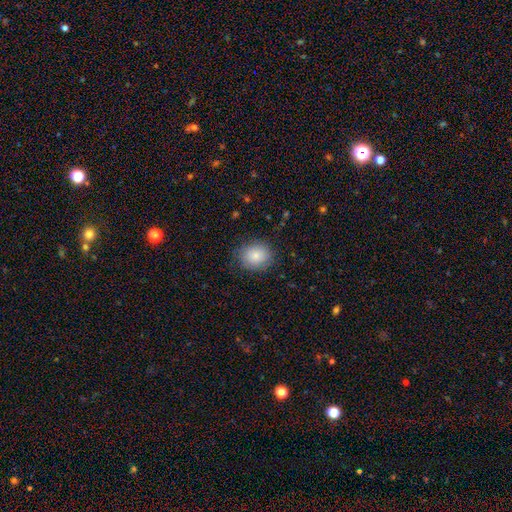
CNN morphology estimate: The model was most divided on "how rounded": round: 66%, in between: 33%, cigar-shaped: 1%. More confident: smooth or featured — smooth (84%); merging — none (81%).